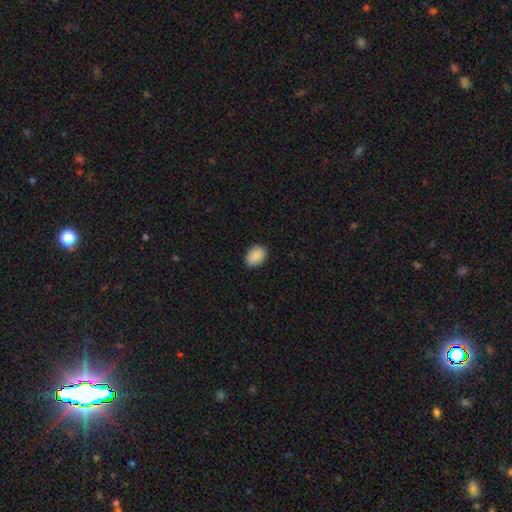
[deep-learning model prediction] Smooth or featured? Predicted: smooth (p=0.90). How rounded? Predicted: in between (p=0.79). Merging? Predicted: none (p=0.88).